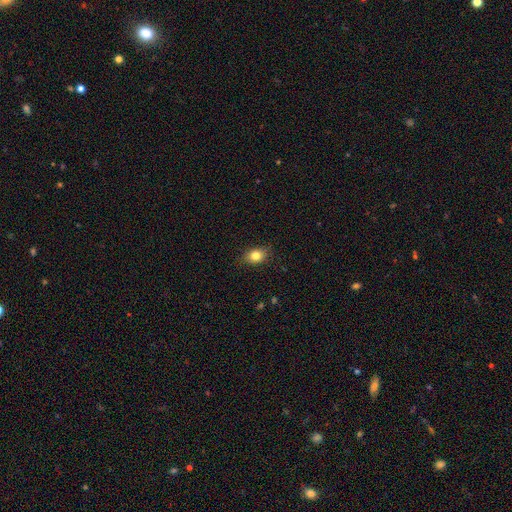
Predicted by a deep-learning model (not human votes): This is clearly a smooth galaxy (81%). How rounded: likely in between (62%). Merging: clearly none (81%).